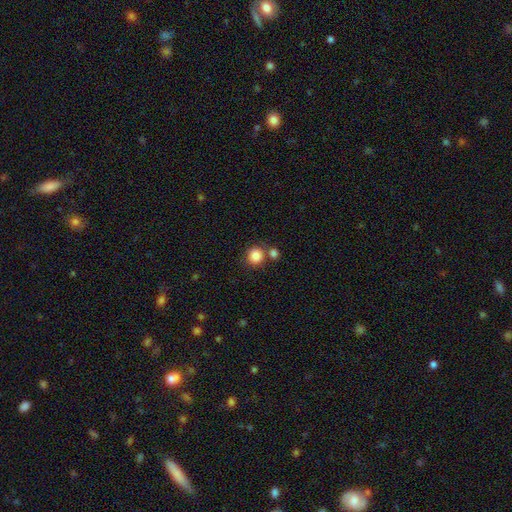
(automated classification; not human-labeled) Overall: smooth (86%). How rounded: round (92%). Merging: none (69%).